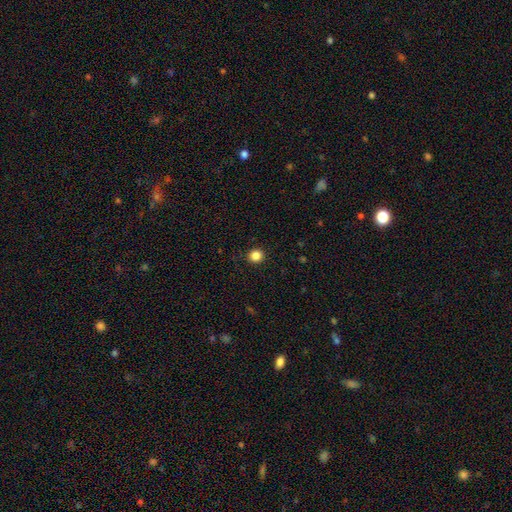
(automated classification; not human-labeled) This appears to be a smooth galaxy with no disk features (85%) that is round (87%). Merging: none (91%).